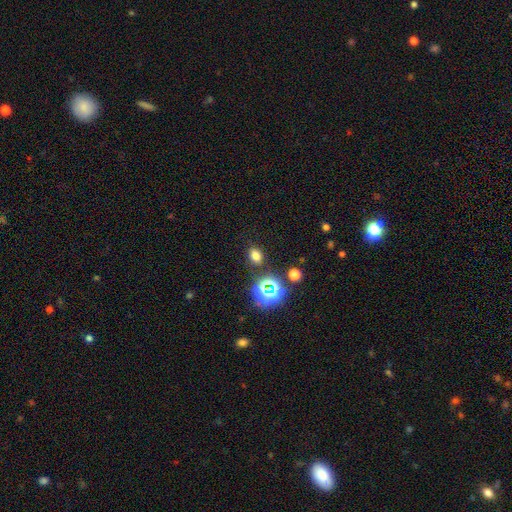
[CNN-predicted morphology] This appears to be a smooth galaxy with no disk features (67%) that is in between round and cigar-shaped (66%). Merging: none (82%).